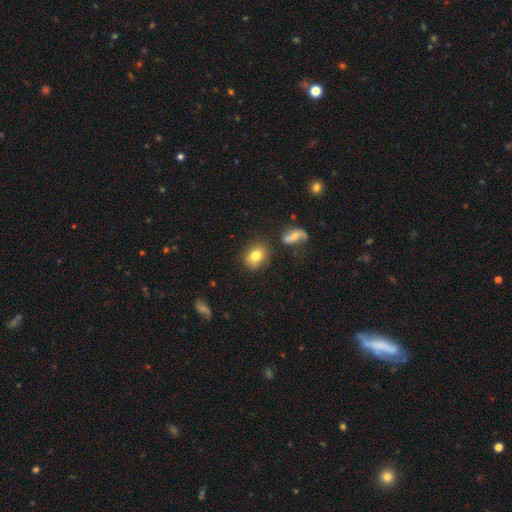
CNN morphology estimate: This appears to be a smooth galaxy with no disk features (77%) that is in between round and cigar-shaped (49%, tied with round). Merging: none (74%).